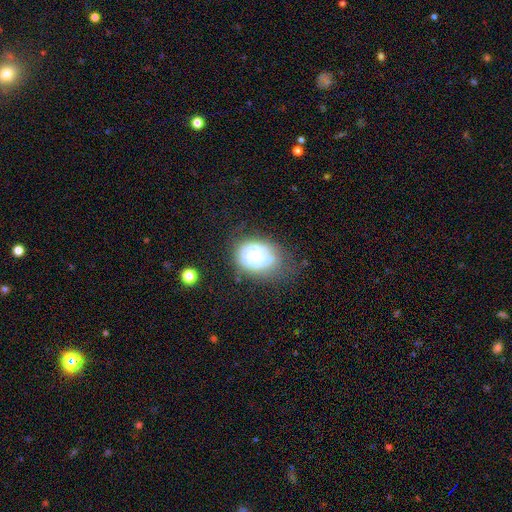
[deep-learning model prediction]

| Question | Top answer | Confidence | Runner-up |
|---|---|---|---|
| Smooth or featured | featured or disk | 69% | smooth (24%) |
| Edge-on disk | no | 97% | yes (3%) |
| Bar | weak | 44% | no (40%) |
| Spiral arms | yes | 83% | no (17%) |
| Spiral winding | medium | 45% | tight (30%) |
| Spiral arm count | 2 | 60% | can't tell (20%) |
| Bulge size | moderate | 43% | small (36%) |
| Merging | none | 51% | minor disturbance (26%) |